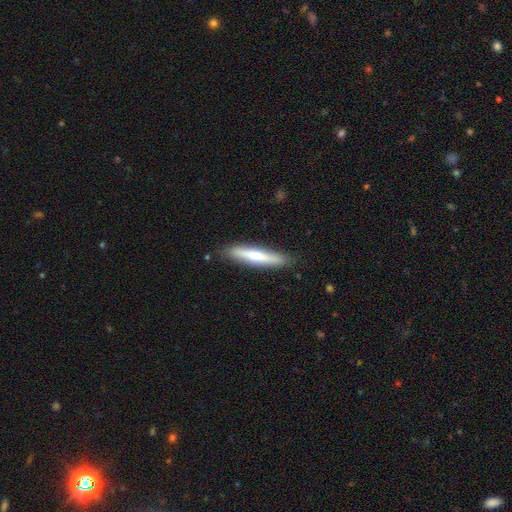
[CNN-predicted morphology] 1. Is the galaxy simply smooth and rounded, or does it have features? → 51% smooth, 43% featured or disk, 6% star or artifact.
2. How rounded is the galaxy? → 89% cigar-shaped, 10% in between, 1% round.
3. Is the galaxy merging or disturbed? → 87% none, 10% minor disturbance, 2% major disturbance, 1% merger.